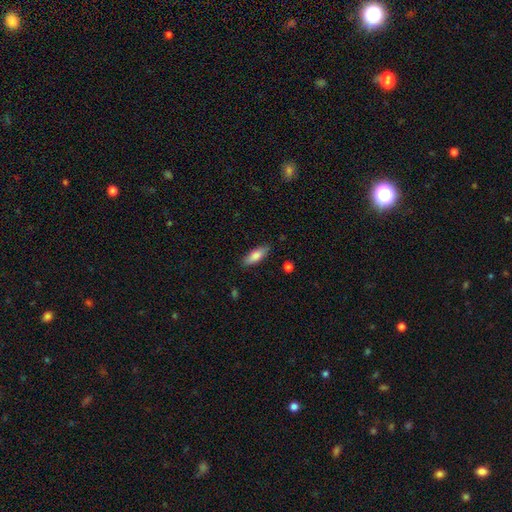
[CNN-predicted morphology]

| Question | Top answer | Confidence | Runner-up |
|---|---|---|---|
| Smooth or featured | smooth | 81% | featured or disk (13%) |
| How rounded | in between | 70% | cigar-shaped (28%) |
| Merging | none | 85% | minor disturbance (12%) |